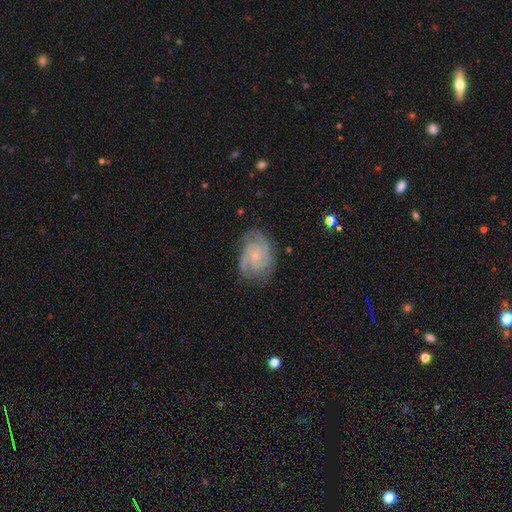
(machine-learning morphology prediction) Q: Smooth or featured?
A: featured or disk (89%); runner-up: smooth (6%)
Q: Edge-on disk?
A: no (98%); runner-up: yes (2%)
Q: Bar?
A: no (72%); runner-up: weak (24%)
Q: Spiral arms?
A: yes (98%); runner-up: no (2%)
Q: Spiral winding?
A: tight (63%); runner-up: medium (32%)
Q: Spiral arm count?
A: 2 (38%); runner-up: 3 (37%)
Q: Bulge size?
A: small (75%); runner-up: moderate (18%)
Q: Merging?
A: none (77%); runner-up: minor disturbance (17%)